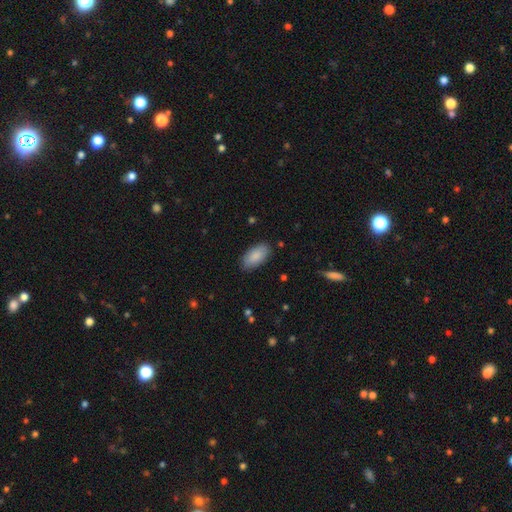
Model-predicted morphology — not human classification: This is clearly a smooth galaxy (88%). How rounded: clearly in between (94%). Merging: clearly none (86%).